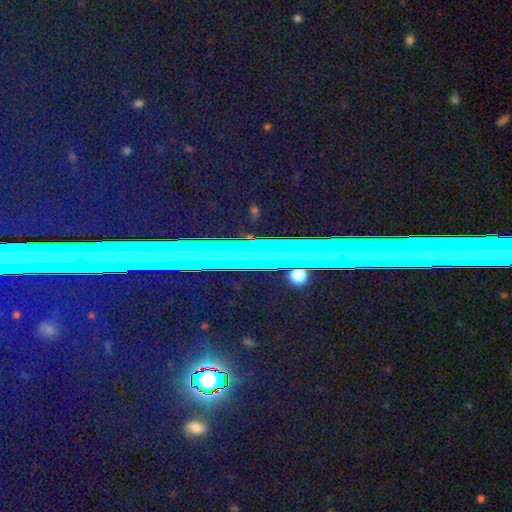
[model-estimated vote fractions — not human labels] This is likely a star or artifact rather than a galaxy (65%).